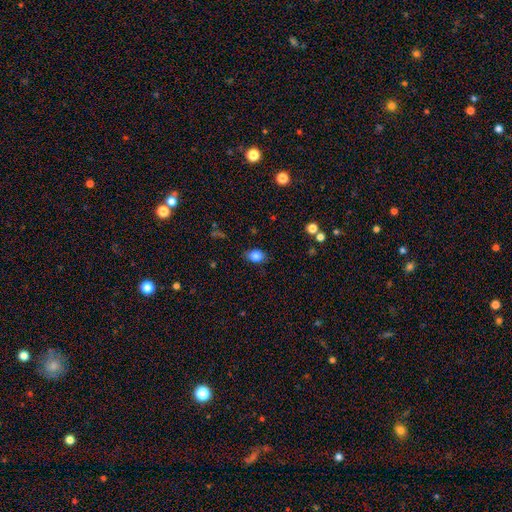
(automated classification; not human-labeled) Morphology: type=smooth (83%); roundness=in between (71%); merging=none (81%).